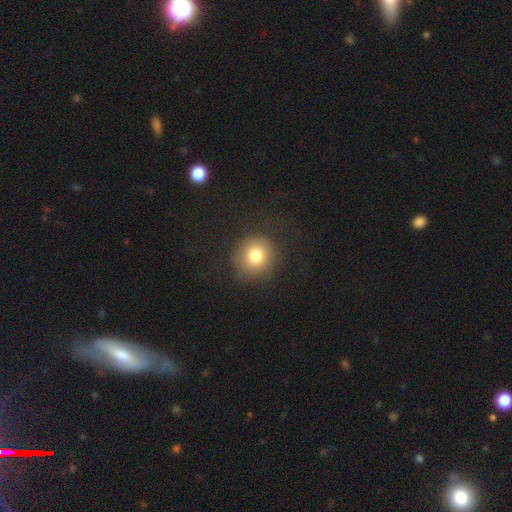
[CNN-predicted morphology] The model was most divided on "smooth or featured": smooth: 79%, star or artifact: 12%, featured or disk: 9%. More confident: how rounded — round (90%); merging — none (85%).